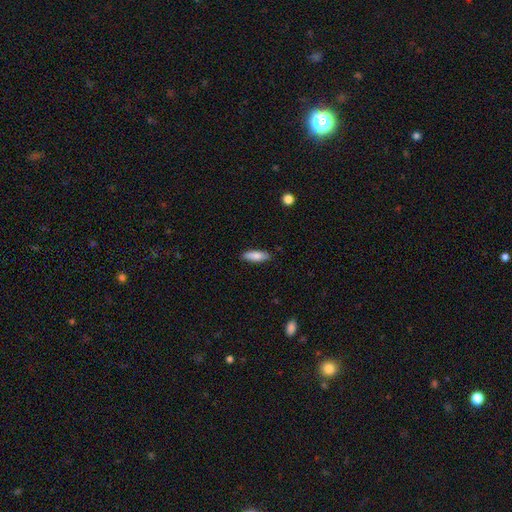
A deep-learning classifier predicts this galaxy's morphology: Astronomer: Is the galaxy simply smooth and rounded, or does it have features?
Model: smooth — 83%.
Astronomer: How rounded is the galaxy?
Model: in between — 52% (runner-up: cigar-shaped, 46%).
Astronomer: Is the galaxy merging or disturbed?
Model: none — 87%.